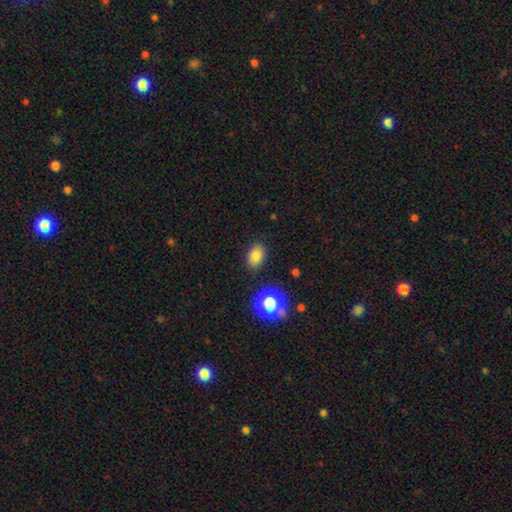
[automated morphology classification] Overall: smooth (80%). How rounded: in between (79%). Merging: none (85%).